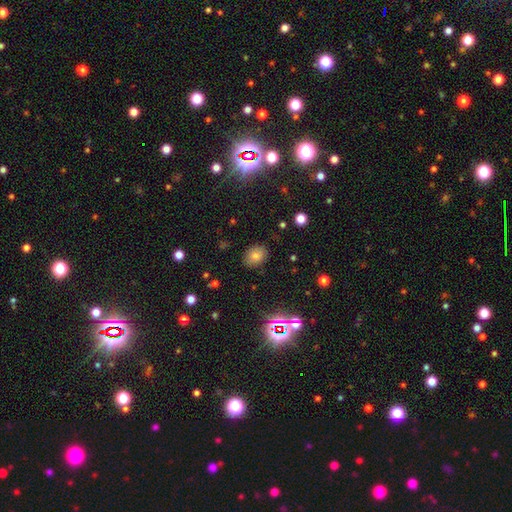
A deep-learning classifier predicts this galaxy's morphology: Smooth or featured?
  - smooth: 74% *
  - star or artifact: 16%
  - featured or disk: 10%
How rounded?
  - in between: 68% *
  - round: 31%
  - cigar-shaped: 1%
Merging?
  - none: 85% *
  - minor disturbance: 11%
  - major disturbance: 3%
  - merger: 1%